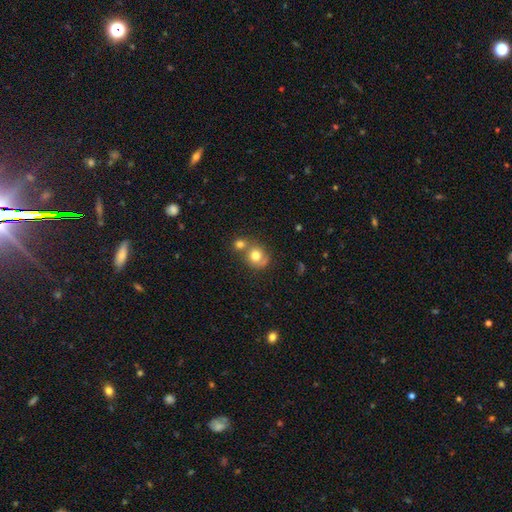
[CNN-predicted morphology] smooth 75%, featured or disk 14%, star or artifact 10%. Down the decision tree: how rounded — round (78%); merging — merger (42%, tied with none).